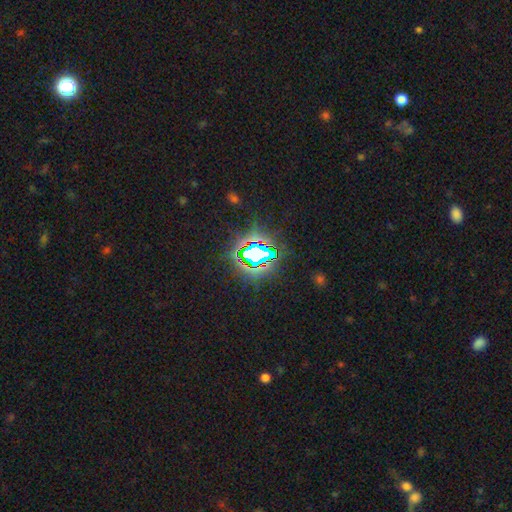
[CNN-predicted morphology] smooth_or_featured: star or artifact (p=0.83) [alt: smooth p=0.11]